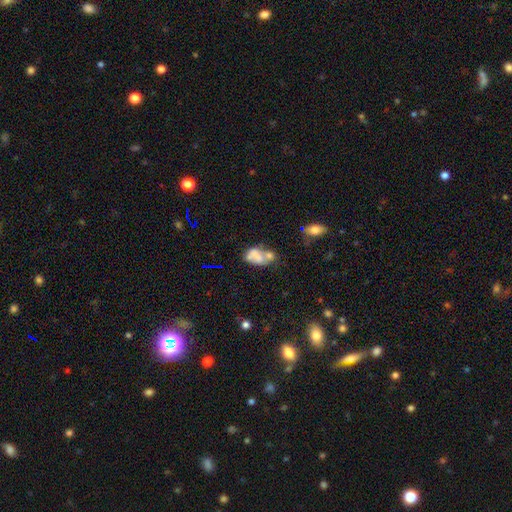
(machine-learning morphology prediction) This appears to be a smooth galaxy with no disk features (54%) that is in between round and cigar-shaped (86%). Merging: merger (44%).